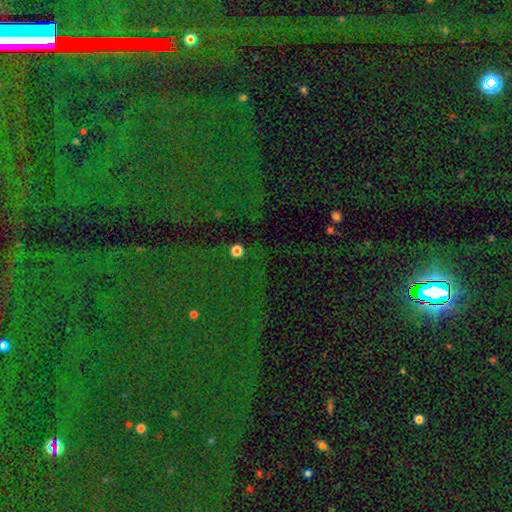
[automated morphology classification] This appears to be a star or artifact, not a galaxy (81%).